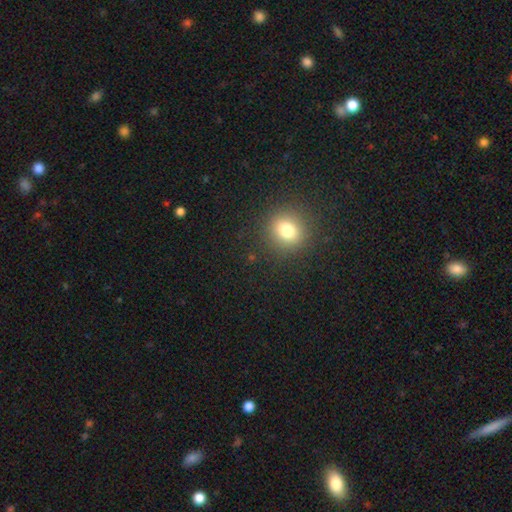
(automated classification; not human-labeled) Smooth or featured?
  - smooth: 70% *
  - star or artifact: 24%
  - featured or disk: 6%
How rounded?
  - round: 90% *
  - in between: 8%
  - cigar-shaped: 1%
Merging?
  - none: 93% *
  - minor disturbance: 5%
  - major disturbance: 2%
  - merger: 1%